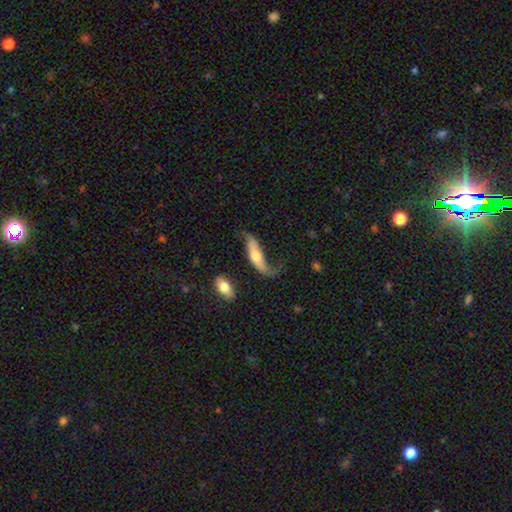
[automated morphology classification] Smooth or featured?
  - featured or disk: 59% *
  - smooth: 34%
  - star or artifact: 7%
Edge-on disk?
  - no: 68% *
  - yes: 32%
Merging?
  - none: 40% *
  - major disturbance: 28%
  - minor disturbance: 26%
  - merger: 6%